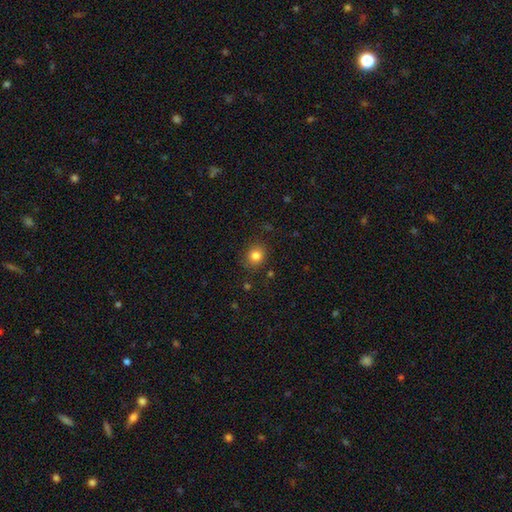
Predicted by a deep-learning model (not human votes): This is clearly a smooth galaxy (82%). How rounded: clearly round (81%). Merging: clearly none (87%).